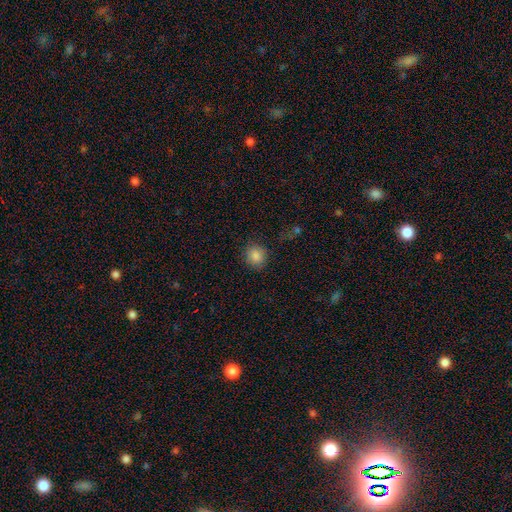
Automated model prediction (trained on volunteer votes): Smooth or featured: smooth — 86% (star or artifact — 10%)
How rounded: round — 81% (in between — 18%)
Merging: none — 86% (minor disturbance — 9%)